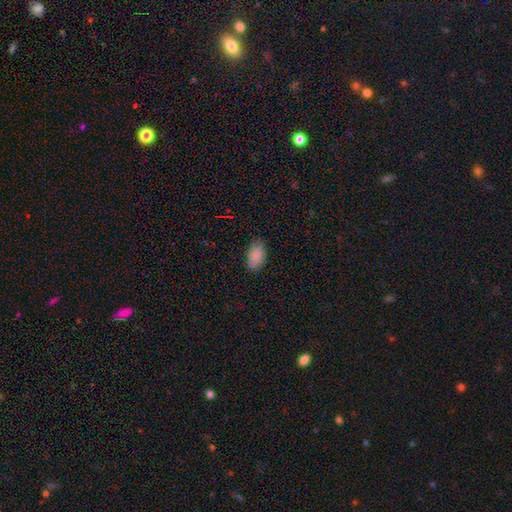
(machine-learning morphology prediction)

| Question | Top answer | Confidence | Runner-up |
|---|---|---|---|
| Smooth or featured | smooth | 86% | star or artifact (8%) |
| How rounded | in between | 93% | round (5%) |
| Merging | none | 80% | minor disturbance (16%) |